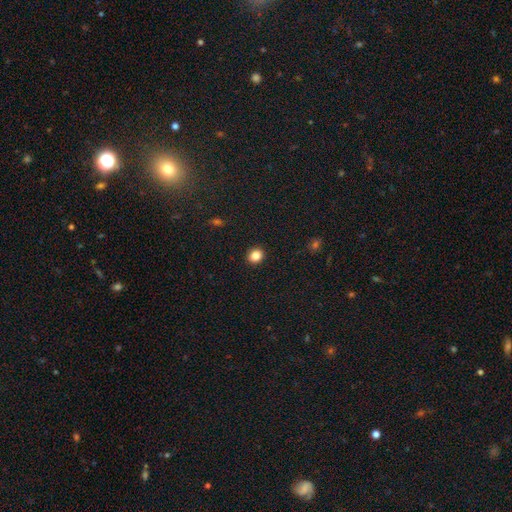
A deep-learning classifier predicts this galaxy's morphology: Smooth or featured?
  - smooth: 85% *
  - star or artifact: 11%
  - featured or disk: 4%
How rounded?
  - round: 70% *
  - in between: 30%
  - cigar-shaped: 1%
Merging?
  - none: 92% *
  - minor disturbance: 5%
  - major disturbance: 2%
  - merger: 1%